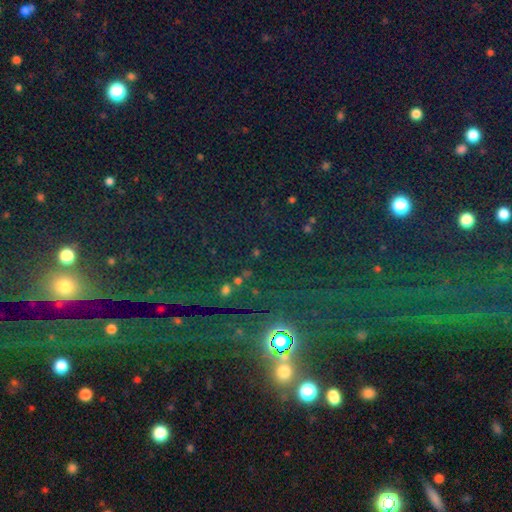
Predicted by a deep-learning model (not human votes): star or artifact 74%, smooth 17%, featured or disk 9%.